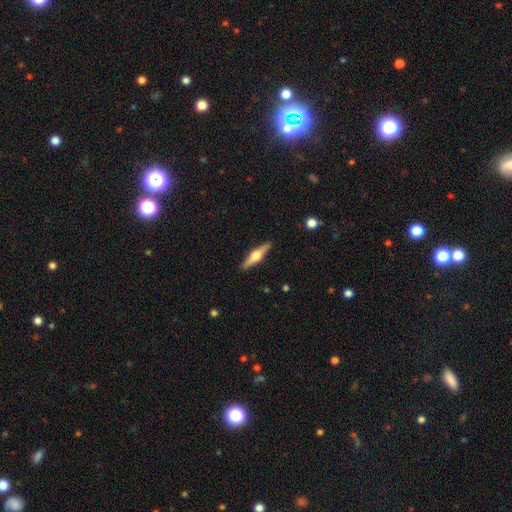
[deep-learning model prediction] This is likely a featured or disk galaxy (72%). It is clearly viewed edge-on (97%). Edge-on bulge: clearly rounded (94%). Merging: clearly none (90%).